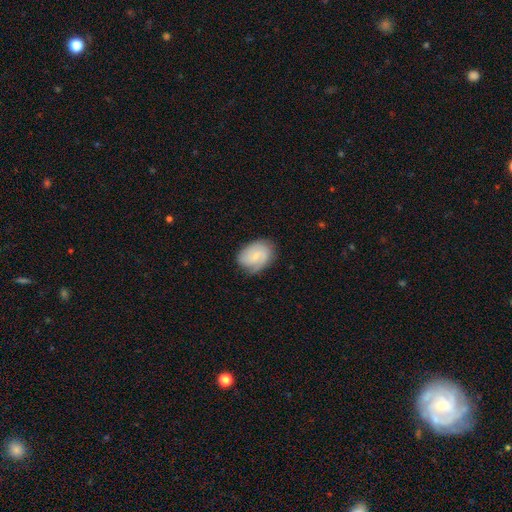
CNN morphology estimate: This is possibly a featured or disk galaxy (47%). Merging: likely none (71%).